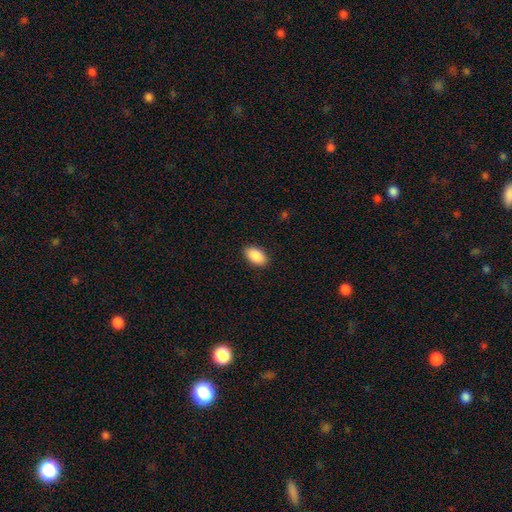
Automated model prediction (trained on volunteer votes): A smooth galaxy with no disk features (90%) that is in between round and cigar-shaped (94%).

Vote fractions:
- Smooth or featured? smooth: 90% / star or artifact: 7% / featured or disk: 3%
- How rounded? in between: 94% / round: 4% / cigar-shaped: 1%
- Merging? none: 89% / minor disturbance: 8% / major disturbance: 2% / merger: 1%